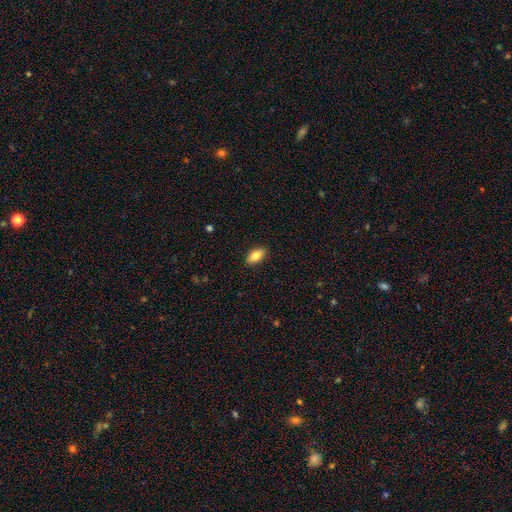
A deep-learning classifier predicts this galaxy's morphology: Smooth or featured: smooth — 84% (featured or disk — 9%)
How rounded: in between — 91% (cigar-shaped — 6%)
Merging: none — 89% (minor disturbance — 8%)